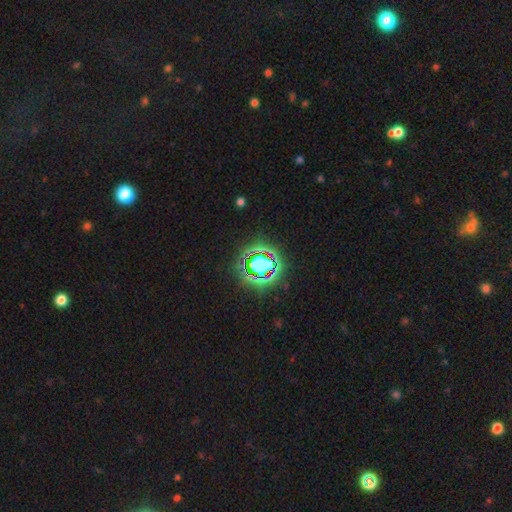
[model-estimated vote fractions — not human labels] Smooth or featured? star or artifact (78%)